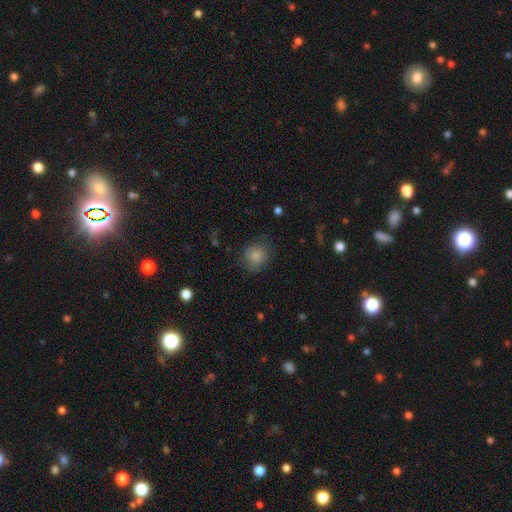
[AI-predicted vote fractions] Smooth or featured? smooth (82%)
How rounded? round (77%)
Merging? none (71%)